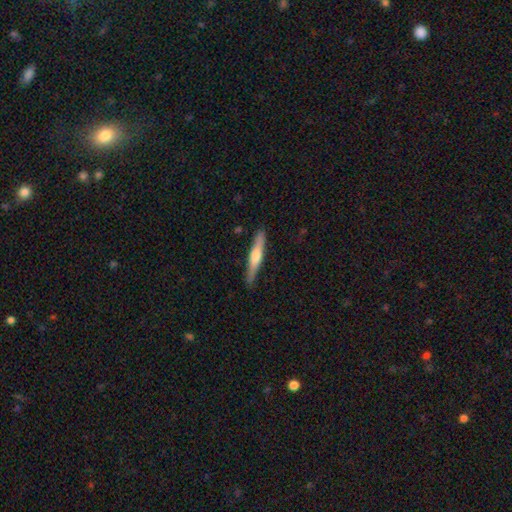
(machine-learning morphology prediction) type=featured or disk (55%); edge-on=yes (96%); edge-on bulge=rounded (86%); merging=none (88%).